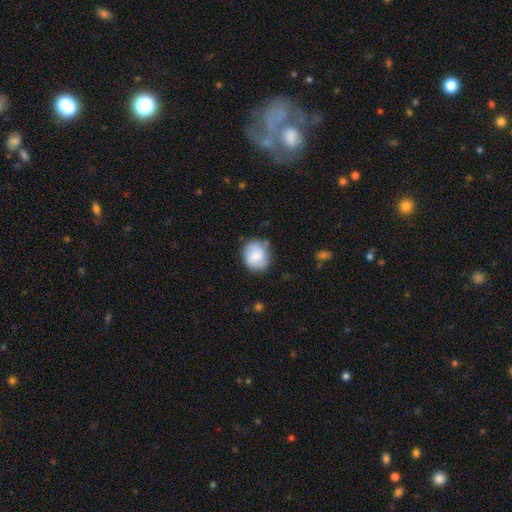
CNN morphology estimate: This is likely a smooth galaxy (62%). How rounded: likely round (69%). Merging: likely none (75%).